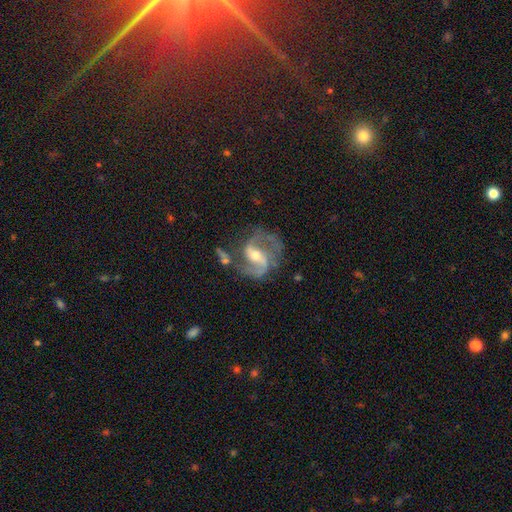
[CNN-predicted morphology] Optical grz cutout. It shows a featured or disk galaxy (88%) with a weak bar (42%), 2 (89%) medium (58%) spiral arms (96%) and a moderate central bulge (56%). Merging: none (63%).